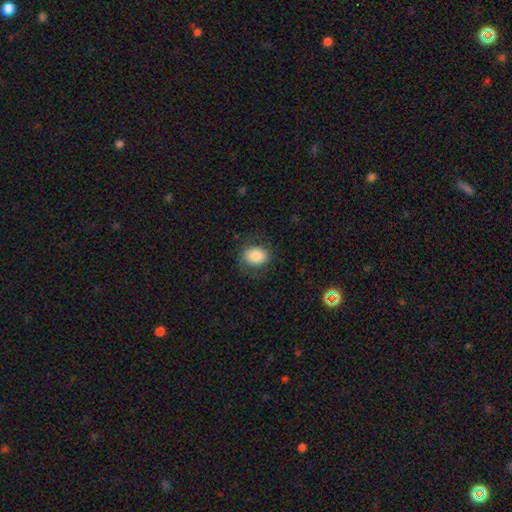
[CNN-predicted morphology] Smooth or featured?
  - smooth: 80% *
  - featured or disk: 12%
  - star or artifact: 8%
How rounded?
  - in between: 64% *
  - round: 35%
  - cigar-shaped: 1%
Merging?
  - none: 74% *
  - minor disturbance: 16%
  - major disturbance: 9%
  - merger: 1%